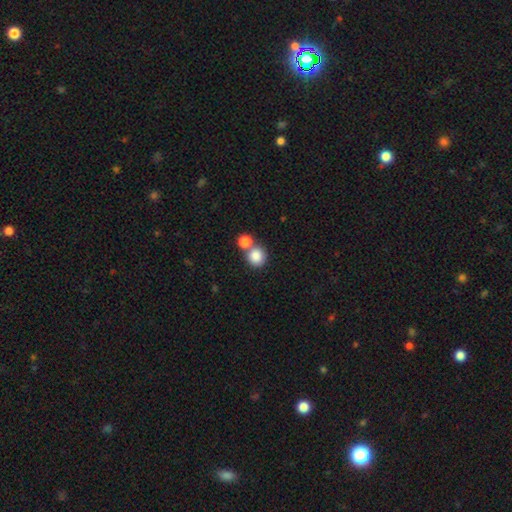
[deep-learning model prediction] This is clearly a smooth galaxy (85%). How rounded: clearly round (87%). Merging: possibly none (52%).